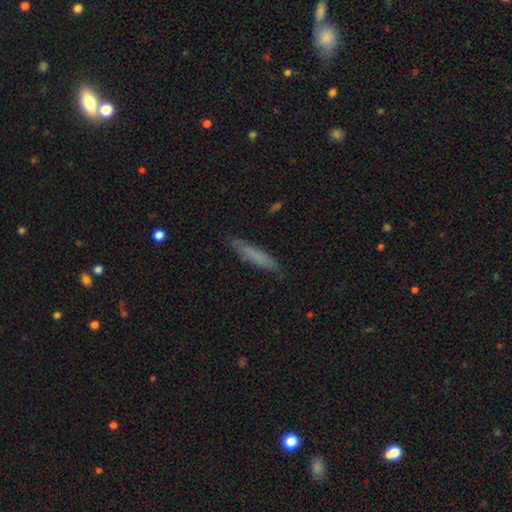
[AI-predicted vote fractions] A smooth galaxy with no disk features (71%) that is cigar-shaped (91%).

Vote fractions:
- Smooth or featured? smooth: 71% / featured or disk: 22% / star or artifact: 7%
- How rounded? cigar-shaped: 91% / in between: 8% / round: 1%
- Merging? none: 84% / minor disturbance: 12% / major disturbance: 2% / merger: 1%